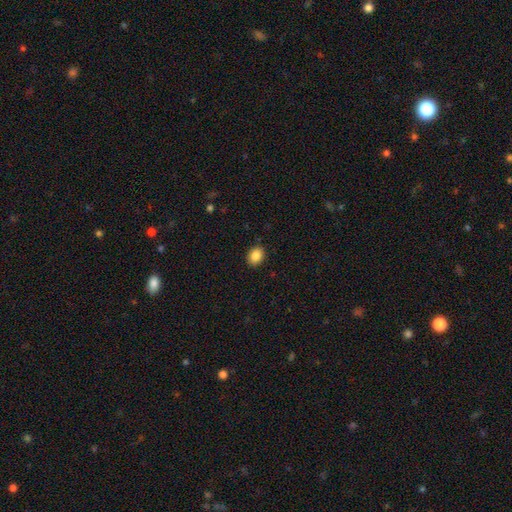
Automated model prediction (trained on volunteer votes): smooth 87%, star or artifact 9%, featured or disk 5%. Down the decision tree: how rounded — in between (64%); merging — none (90%).